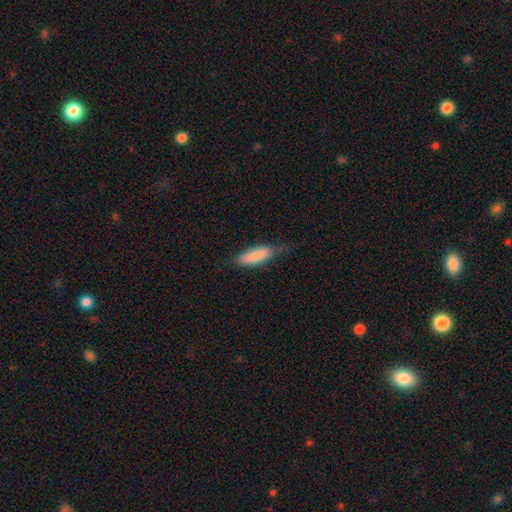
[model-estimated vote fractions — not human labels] A smooth galaxy with no disk features (82%) that is in between round and cigar-shaped (50%). Merging: none (62%).